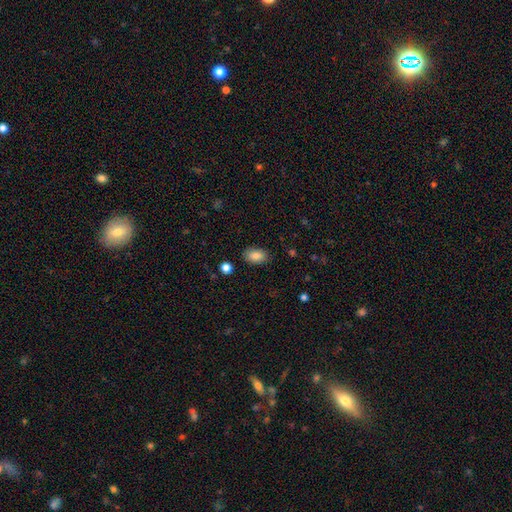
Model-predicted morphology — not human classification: Smooth or featured? Predicted: smooth (p=0.85). How rounded? Predicted: in between (p=0.88). Merging? Predicted: none (p=0.84).